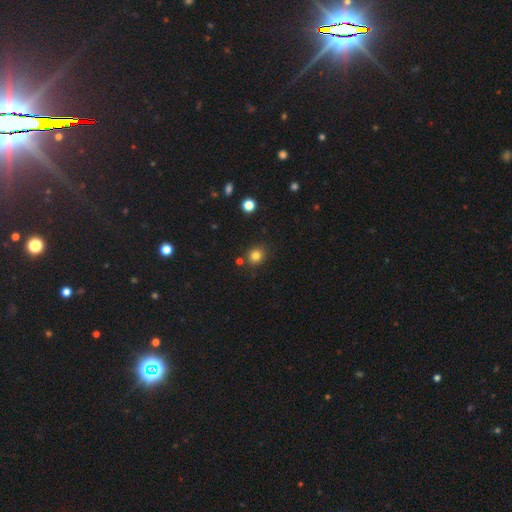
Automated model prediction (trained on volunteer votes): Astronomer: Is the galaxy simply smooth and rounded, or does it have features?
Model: smooth — 81%.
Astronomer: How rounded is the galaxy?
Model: round — 74%.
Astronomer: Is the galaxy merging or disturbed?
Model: none — 82%.